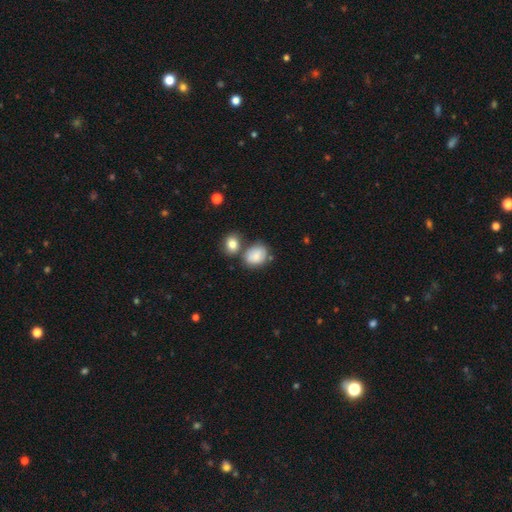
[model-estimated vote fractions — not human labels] The model was most divided on "how rounded": round: 54%, in between: 45%, cigar-shaped: 1%. More confident: smooth or featured — smooth (74%); merging — none (53%).